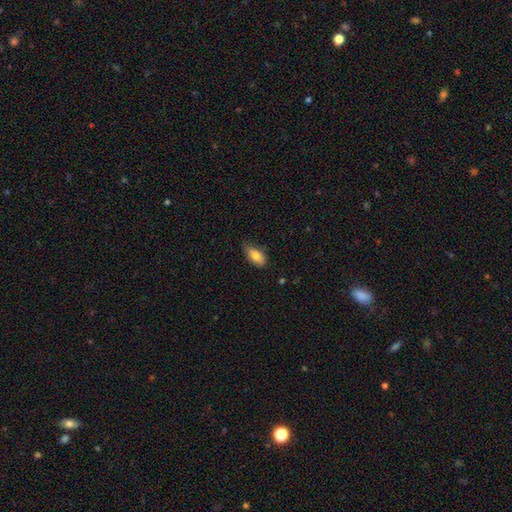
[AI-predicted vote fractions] Overall: smooth (79%). How rounded: in between (90%). Merging: none (63%; minor disturbance 30%).